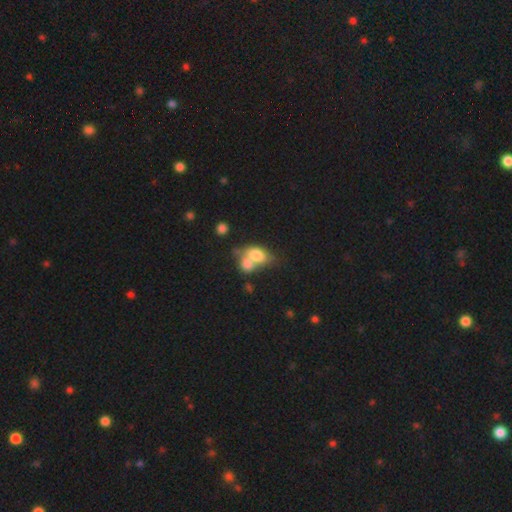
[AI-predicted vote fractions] This is likely a smooth galaxy (73%). How rounded: clearly in between (81%). Merging: likely merger (64%).